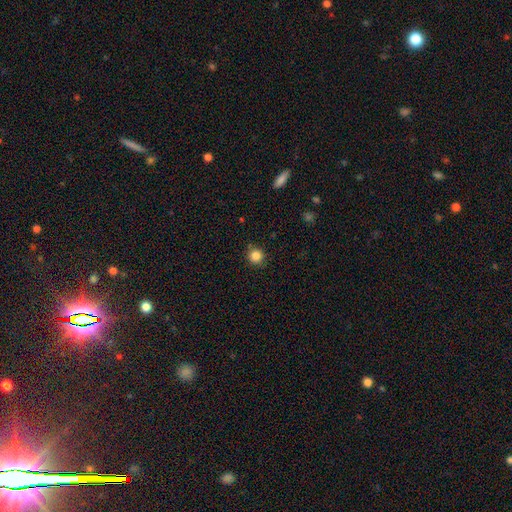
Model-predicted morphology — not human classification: A smooth galaxy with no disk features (84%) that is round (94%).

Vote fractions:
- Smooth or featured? smooth: 84% / star or artifact: 11% / featured or disk: 4%
- How rounded? round: 94% / in between: 5% / cigar-shaped: 1%
- Merging? none: 86% / minor disturbance: 10% / major disturbance: 2% / merger: 2%